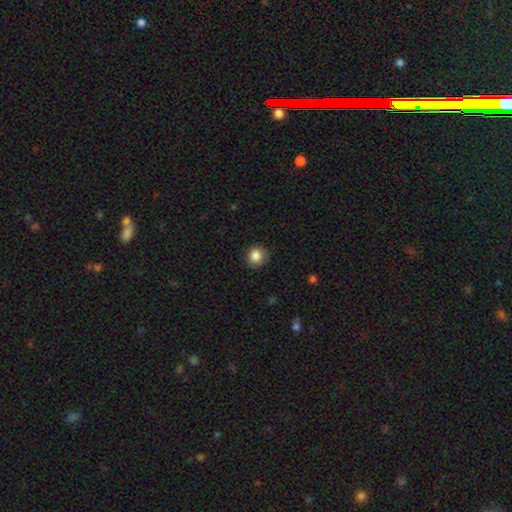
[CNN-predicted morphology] Overall: smooth (85%). How rounded: round (91%). Merging: none (86%).